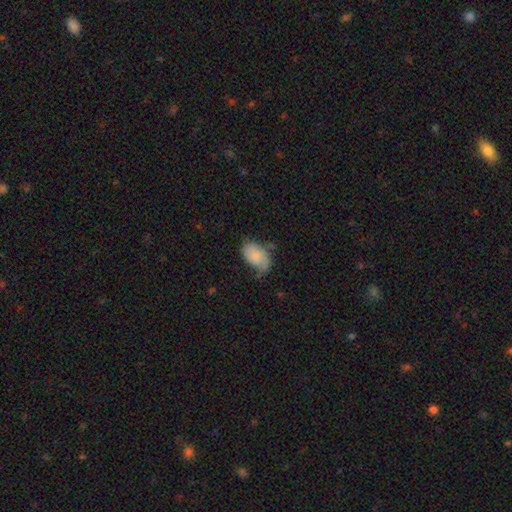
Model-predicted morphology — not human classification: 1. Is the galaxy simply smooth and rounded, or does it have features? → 75% smooth, 18% featured or disk, 7% star or artifact.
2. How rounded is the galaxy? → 92% in between, 7% round, 1% cigar-shaped.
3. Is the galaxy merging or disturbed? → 50% none, 35% minor disturbance, 11% major disturbance, 4% merger.